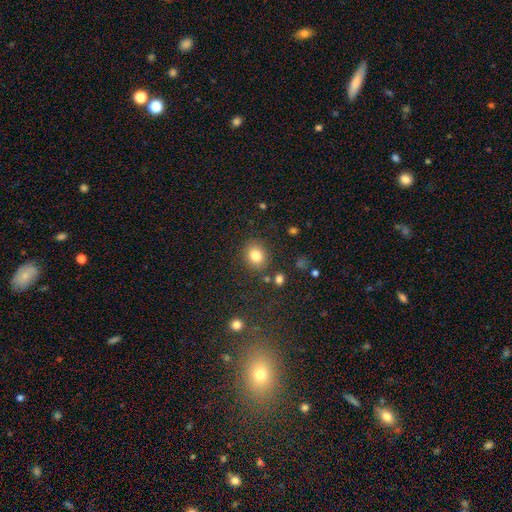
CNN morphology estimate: Smooth or featured? Predicted: smooth (p=0.82). How rounded? Predicted: round (p=0.66). Merging? Predicted: none (p=0.83).